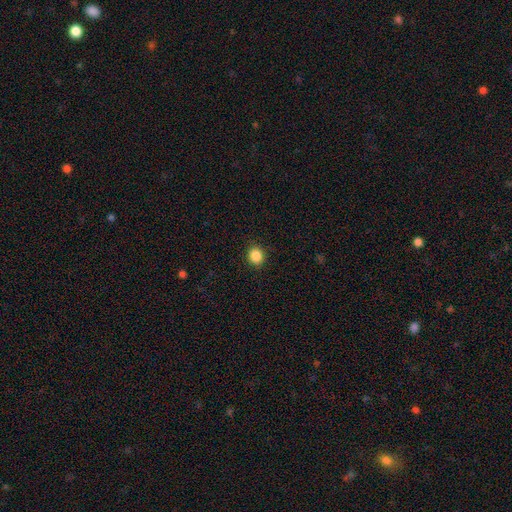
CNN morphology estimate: Smooth or featured?
  - smooth: 87% *
  - star or artifact: 10%
  - featured or disk: 3%
How rounded?
  - round: 84% *
  - in between: 15%
  - cigar-shaped: 1%
Merging?
  - none: 91% *
  - minor disturbance: 6%
  - major disturbance: 2%
  - merger: 1%